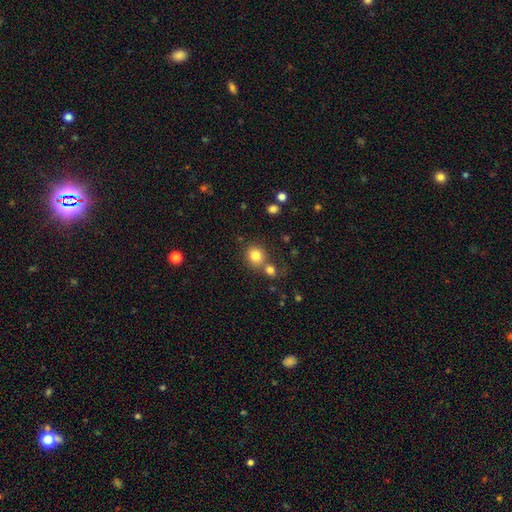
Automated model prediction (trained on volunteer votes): Morphology: type=smooth (81%); roundness=round (81%); merging=none (59%).